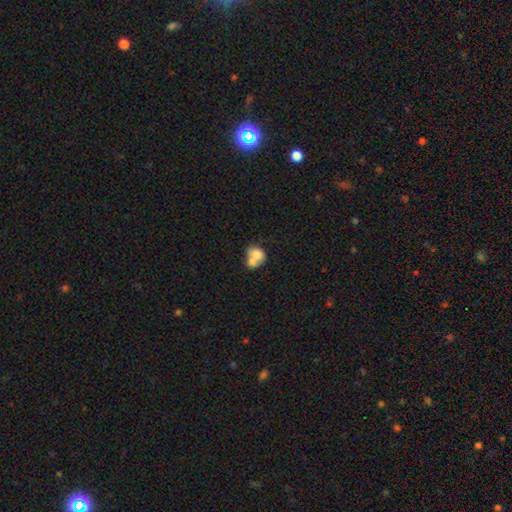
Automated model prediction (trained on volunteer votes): smooth-or-featured: smooth: 72% | featured or disk: 20% | star or artifact: 8%
  how-rounded: round: 51% | in between: 48% | cigar-shaped: 1%
  merging: merger: 66% | none: 21% | minor disturbance: 8% | major disturbance: 5%